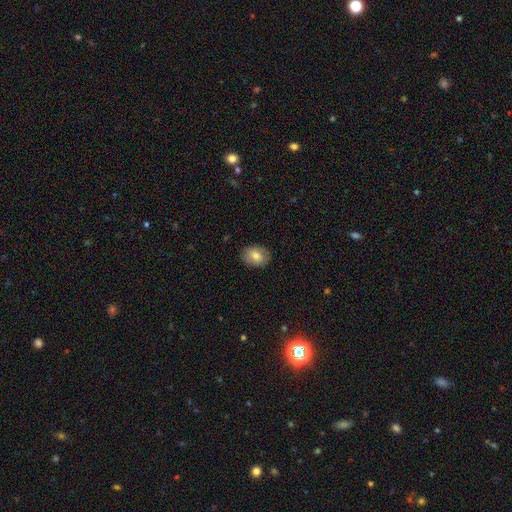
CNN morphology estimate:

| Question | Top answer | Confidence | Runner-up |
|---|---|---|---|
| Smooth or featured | smooth | 78% | featured or disk (14%) |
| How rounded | in between | 67% | round (32%) |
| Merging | none | 86% | minor disturbance (10%) |